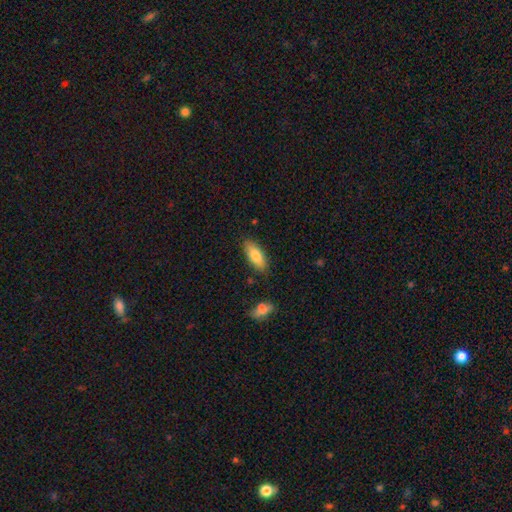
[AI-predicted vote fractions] Q: Smooth or featured?
A: smooth (79%); runner-up: featured or disk (14%)
Q: How rounded?
A: in between (80%); runner-up: cigar-shaped (17%)
Q: Merging?
A: none (83%); runner-up: minor disturbance (12%)